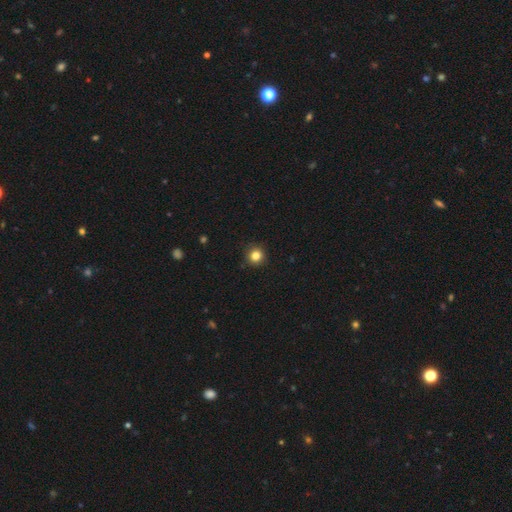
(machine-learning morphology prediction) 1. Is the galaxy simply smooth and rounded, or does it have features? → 83% smooth, 12% star or artifact, 5% featured or disk.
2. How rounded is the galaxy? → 94% round, 5% in between, 1% cigar-shaped.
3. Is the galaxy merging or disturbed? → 91% none, 6% minor disturbance, 2% major disturbance, 1% merger.